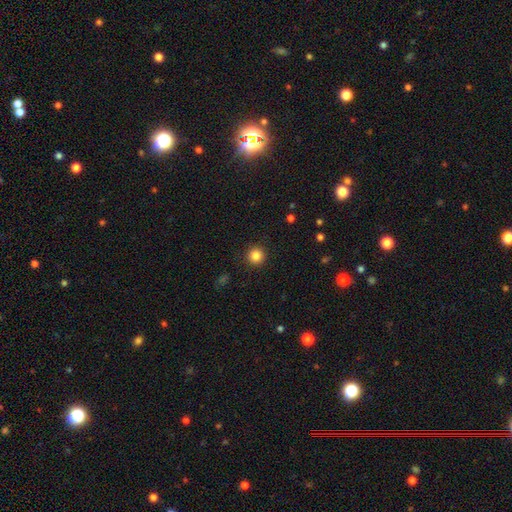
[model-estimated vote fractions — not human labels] Smooth or featured?
  - smooth: 84% *
  - star or artifact: 11%
  - featured or disk: 5%
How rounded?
  - round: 95% *
  - in between: 4%
  - cigar-shaped: 1%
Merging?
  - none: 92% *
  - minor disturbance: 5%
  - major disturbance: 2%
  - merger: 1%